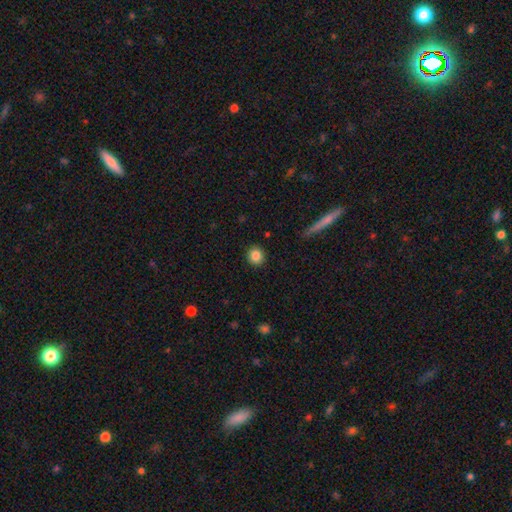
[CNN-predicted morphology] The model was most divided on "smooth or featured": smooth: 85%, star or artifact: 9%, featured or disk: 5%. More confident: merging — none (91%); how rounded — round (87%).